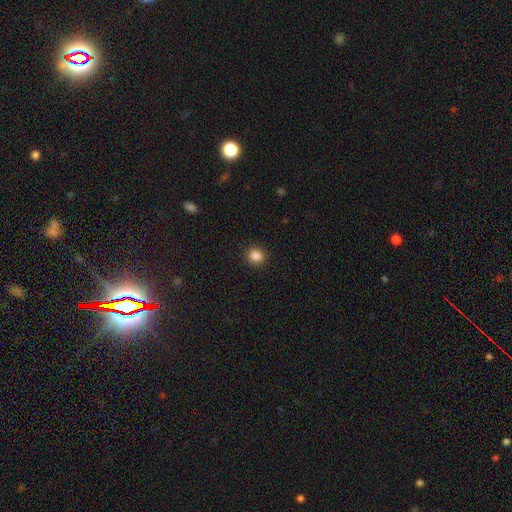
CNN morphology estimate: Smooth or featured? Predicted: smooth (p=0.86). How rounded? Predicted: round (p=0.87). Merging? Predicted: none (p=0.91).